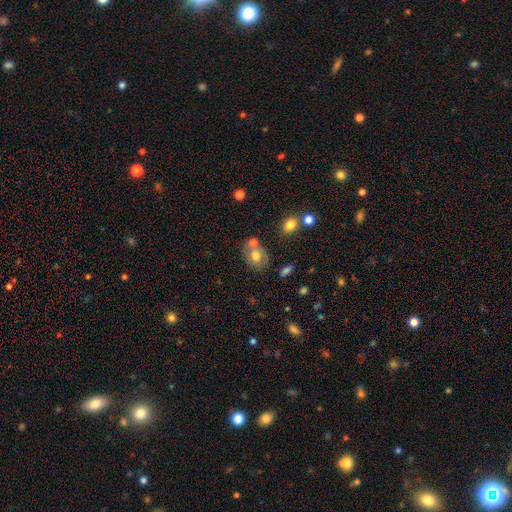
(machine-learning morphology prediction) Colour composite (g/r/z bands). It shows a smooth galaxy with no disk features (69%) that is in between round and cigar-shaped (56%). Merging: none (57%).